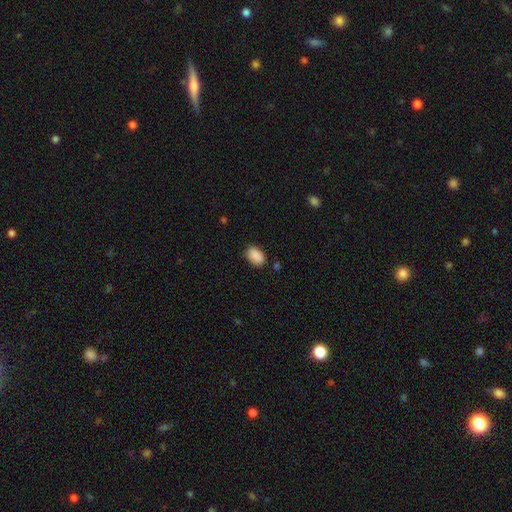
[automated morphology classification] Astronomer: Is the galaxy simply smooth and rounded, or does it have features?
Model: smooth — 90%.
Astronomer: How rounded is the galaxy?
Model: in between — 88%.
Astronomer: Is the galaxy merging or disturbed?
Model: none — 84%.